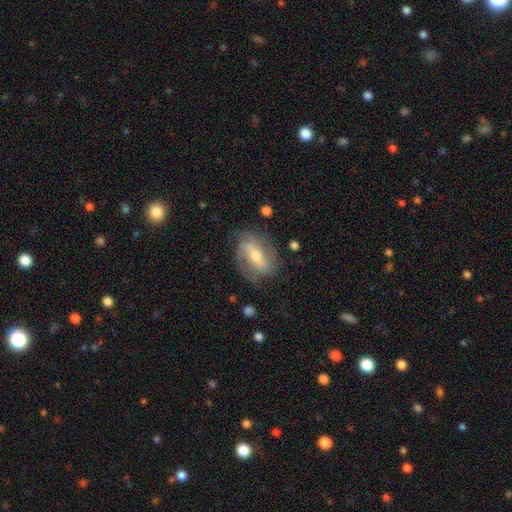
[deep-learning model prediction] Overall: featured or disk (82%). Edge-on disk: no (95%). Bar: strong (41%; weak 40%). Spiral arms: yes (94%). Spiral arm count: 2 (61%). Spiral winding: medium (44%; loose 28%). Bulge size: moderate (57%; small 37%). Merging: none (72%).